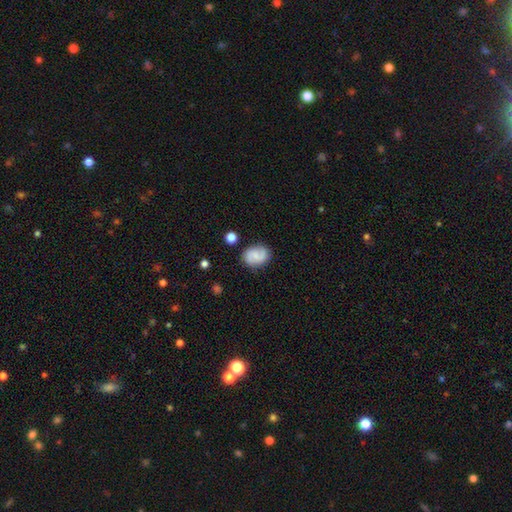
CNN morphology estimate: This appears to be a featured or disk galaxy (56%) with no bar (48%), 2 (88%) medium (44%) spiral arms (92%) and a small central bulge (41%). Merging: none (80%).